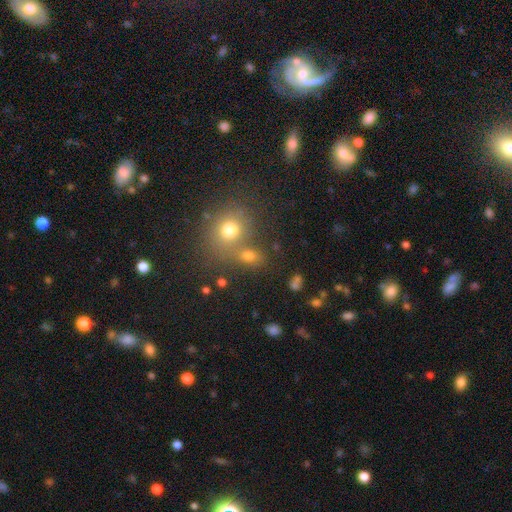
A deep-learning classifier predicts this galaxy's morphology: type=smooth (65%); roundness=round (67%); merging=none (61%).